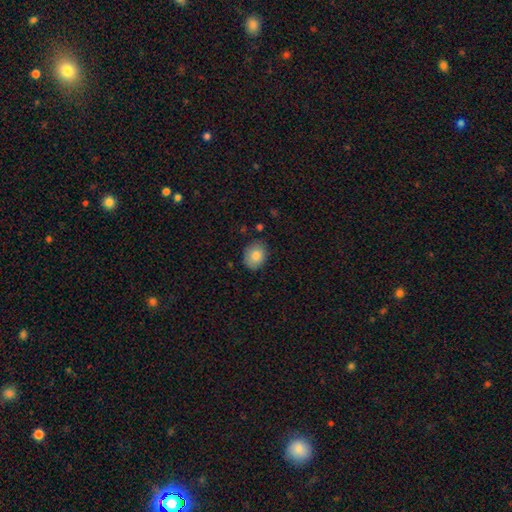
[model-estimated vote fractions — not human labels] Overall: smooth (84%). How rounded: in between (54%; round 45%). Merging: none (79%).